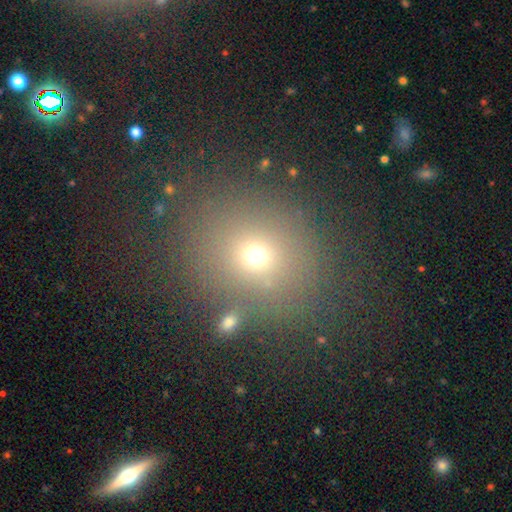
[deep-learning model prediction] smooth 65%, star or artifact 23%, featured or disk 11%. Down the decision tree: how rounded — round (75%); merging — none (79%).